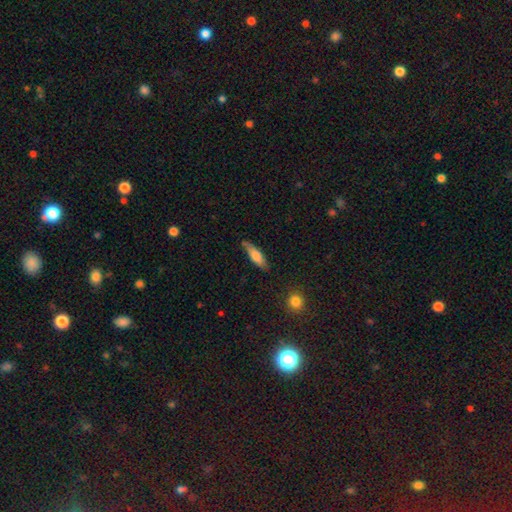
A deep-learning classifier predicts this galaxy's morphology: Smooth or featured?
  - smooth: 72% *
  - featured or disk: 22%
  - star or artifact: 6%
How rounded?
  - cigar-shaped: 60% *
  - in between: 38%
  - round: 2%
Merging?
  - none: 72% *
  - minor disturbance: 22%
  - major disturbance: 4%
  - merger: 2%